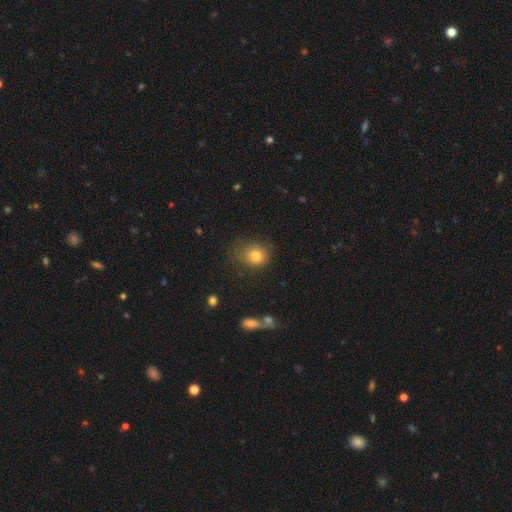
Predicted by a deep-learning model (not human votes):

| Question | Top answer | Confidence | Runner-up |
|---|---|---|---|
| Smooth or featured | smooth | 80% | star or artifact (11%) |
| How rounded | round | 72% | in between (27%) |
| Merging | none | 68% | minor disturbance (21%) |